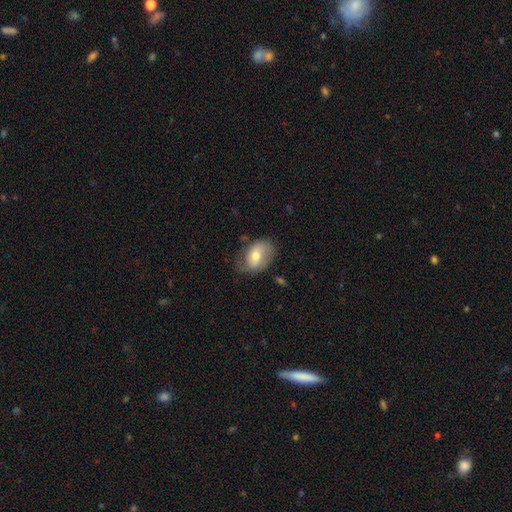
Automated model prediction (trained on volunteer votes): smooth 62%, featured or disk 31%, star or artifact 7%. Down the decision tree: how rounded — in between (80%); merging — none (63%).